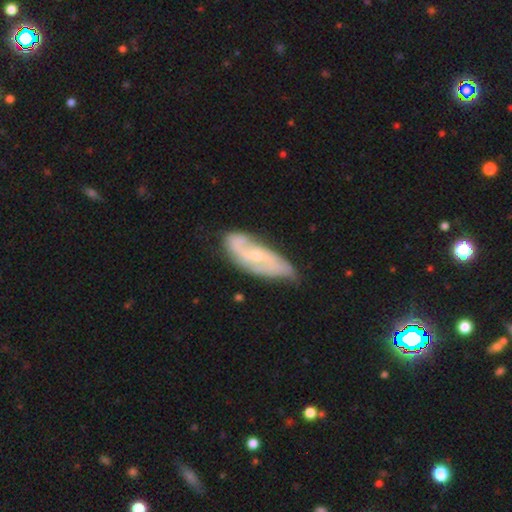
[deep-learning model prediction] A featured or disk galaxy (76%) with no bar (54%), 2 (72%) medium (44%) spiral arms (91%) and a small central bulge (65%). Merging: none (60%).